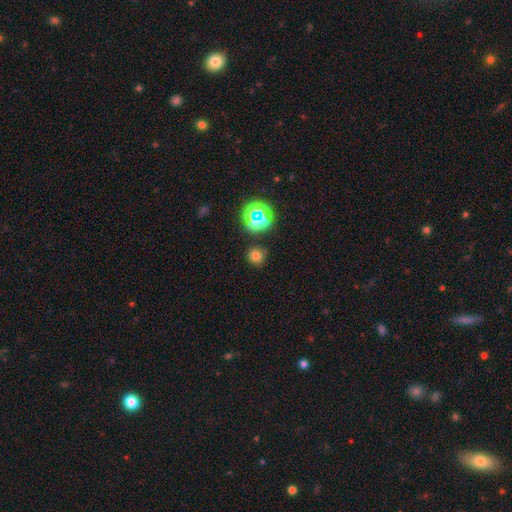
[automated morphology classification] Smooth or featured? smooth (71%)
How rounded? round (88%)
Merging? none (86%)